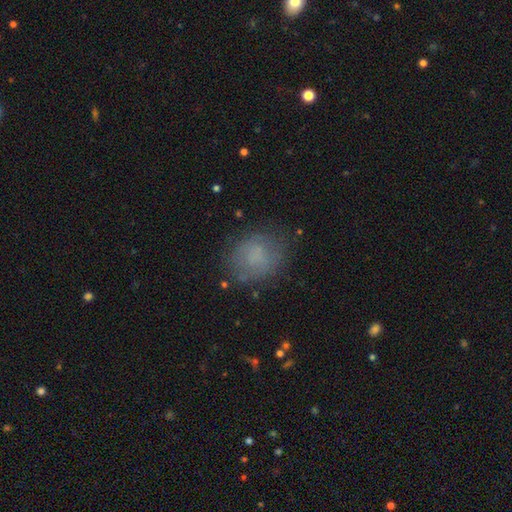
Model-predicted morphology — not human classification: This appears to be a smooth galaxy with no disk features (72%) that is round (61%). Merging: none (74%).